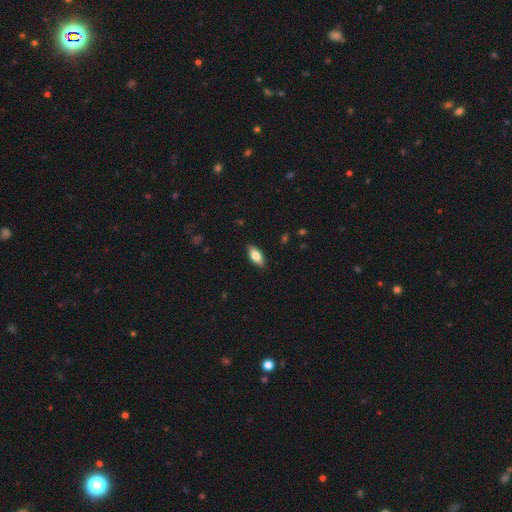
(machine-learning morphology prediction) This is likely a smooth galaxy (77%). How rounded: clearly in between (86%). Merging: clearly none (88%).